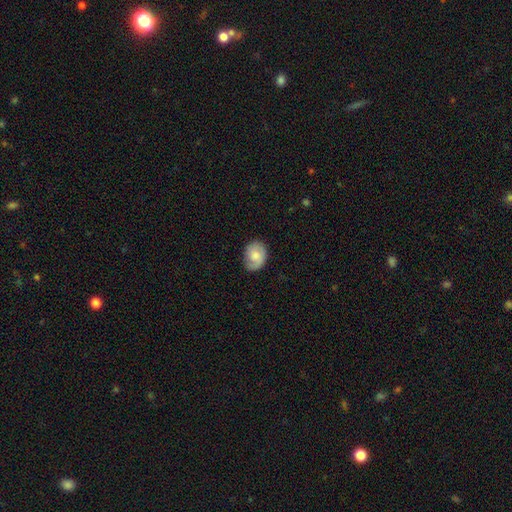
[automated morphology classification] smooth_or_featured: smooth (p=0.68) [alt: featured or disk p=0.25]
how_rounded: in between (p=0.59) [alt: round p=0.40]
merging: none (p=0.72) [alt: minor disturbance p=0.21]